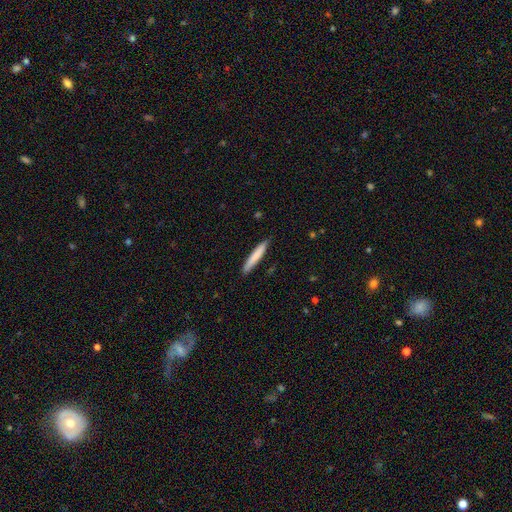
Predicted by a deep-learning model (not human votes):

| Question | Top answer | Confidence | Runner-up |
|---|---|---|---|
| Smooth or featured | smooth | 78% | featured or disk (16%) |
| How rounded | cigar-shaped | 94% | in between (5%) |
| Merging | none | 88% | minor disturbance (9%) |